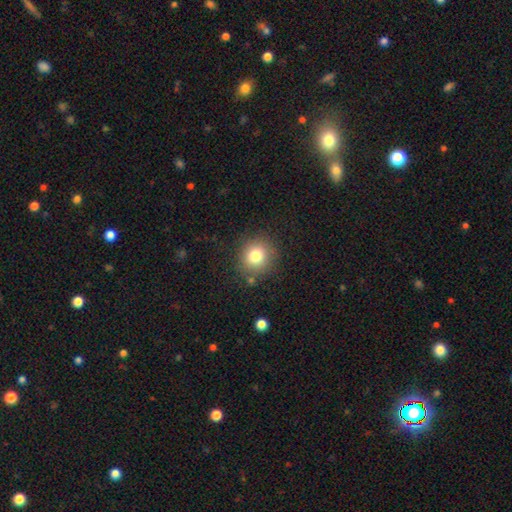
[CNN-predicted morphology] Smooth or featured?
  - smooth: 79% *
  - star or artifact: 12%
  - featured or disk: 9%
How rounded?
  - round: 87% *
  - in between: 12%
  - cigar-shaped: 1%
Merging?
  - none: 83% *
  - minor disturbance: 11%
  - major disturbance: 4%
  - merger: 3%